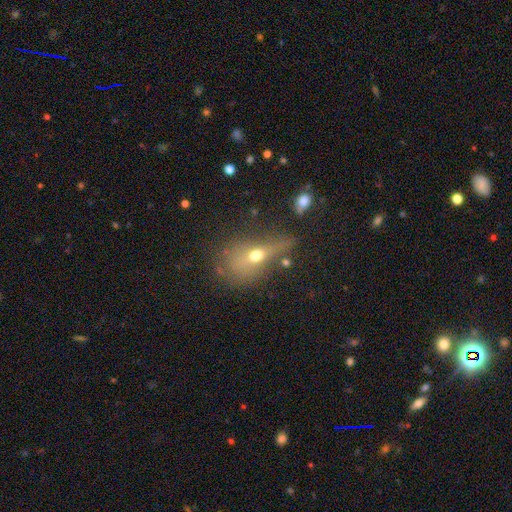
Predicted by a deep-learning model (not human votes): A smooth galaxy with no disk features (56%) that is in between round and cigar-shaped (59%). Merging: none (38%).